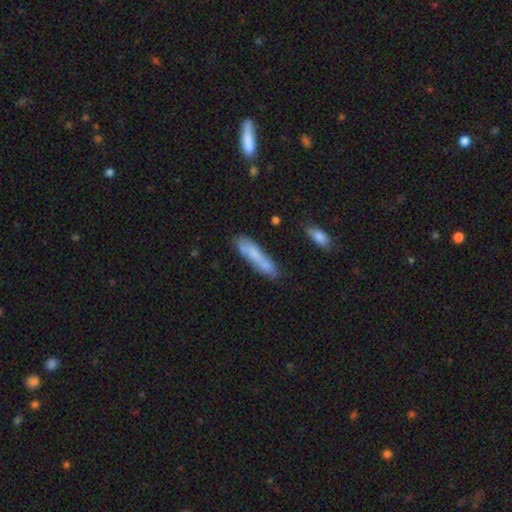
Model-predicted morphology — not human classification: smooth 67%, featured or disk 26%, star or artifact 7%. Down the decision tree: how rounded — cigar-shaped (82%); merging — none (63%).